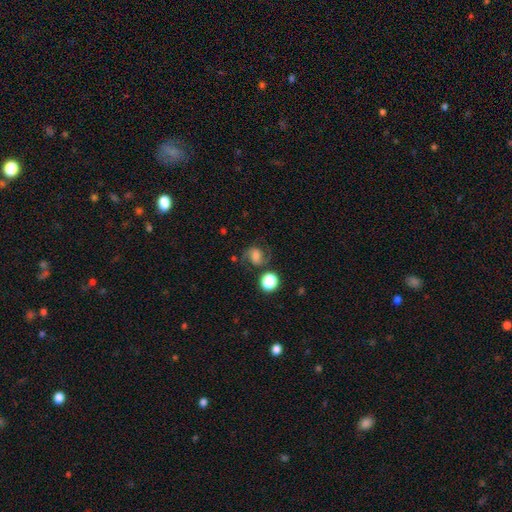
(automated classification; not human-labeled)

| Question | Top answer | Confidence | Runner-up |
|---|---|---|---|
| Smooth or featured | featured or disk | 66% | smooth (22%) |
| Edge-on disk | no | 98% | yes (2%) |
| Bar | no | 44% | weak (41%) |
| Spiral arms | yes | 95% | no (5%) |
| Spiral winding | medium | 50% | loose (37%) |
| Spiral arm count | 2 | 92% | can't tell (3%) |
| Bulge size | moderate | 30% | large (25%) |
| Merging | none | 70% | minor disturbance (16%) |